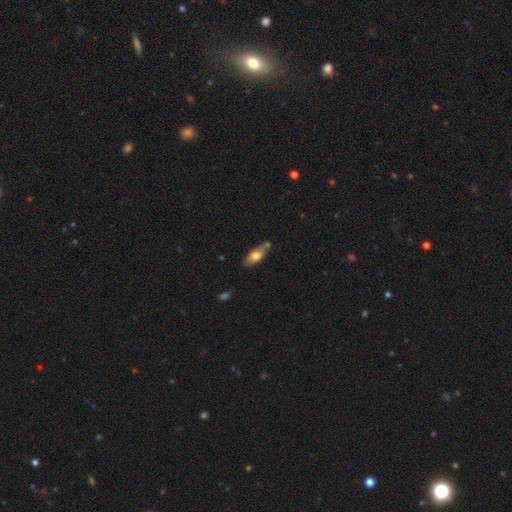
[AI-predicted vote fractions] smooth_or_featured: smooth (p=0.62) [alt: featured or disk p=0.31]
how_rounded: in between (p=0.73) [alt: cigar-shaped p=0.23]
merging: none (p=0.62) [alt: minor disturbance p=0.22]